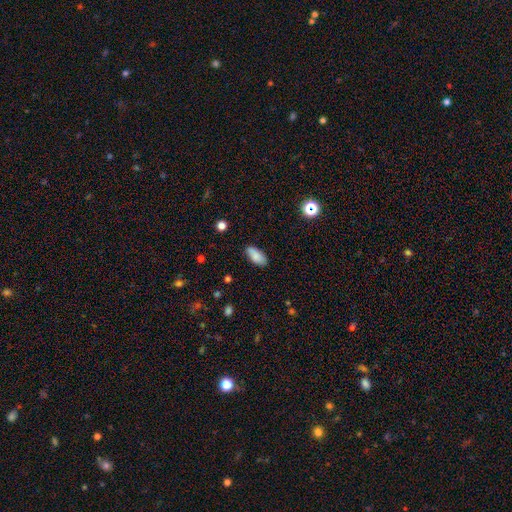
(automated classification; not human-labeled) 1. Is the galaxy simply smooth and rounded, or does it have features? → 82% smooth, 10% featured or disk, 8% star or artifact.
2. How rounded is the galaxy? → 89% in between, 8% cigar-shaped, 3% round.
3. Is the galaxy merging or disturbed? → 81% none, 15% minor disturbance, 3% major disturbance, 2% merger.